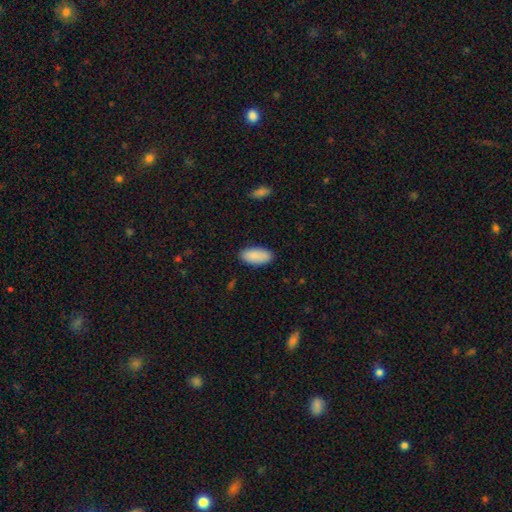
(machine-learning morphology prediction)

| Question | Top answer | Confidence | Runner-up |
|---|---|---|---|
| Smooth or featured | smooth | 89% | star or artifact (6%) |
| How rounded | in between | 92% | cigar-shaped (6%) |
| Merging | none | 88% | minor disturbance (9%) |